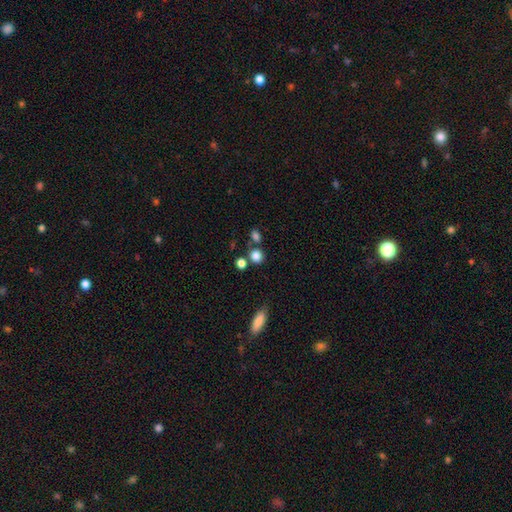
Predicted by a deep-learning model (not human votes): Smooth or featured?
  - smooth: 82% *
  - star or artifact: 12%
  - featured or disk: 6%
How rounded?
  - round: 80% *
  - in between: 19%
  - cigar-shaped: 2%
Merging?
  - none: 67% *
  - merger: 19%
  - minor disturbance: 10%
  - major disturbance: 4%